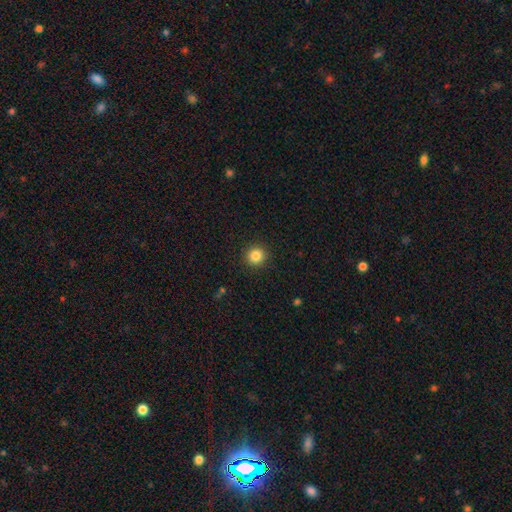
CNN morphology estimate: This is clearly a smooth galaxy (85%). How rounded: clearly round (94%). Merging: clearly none (92%).